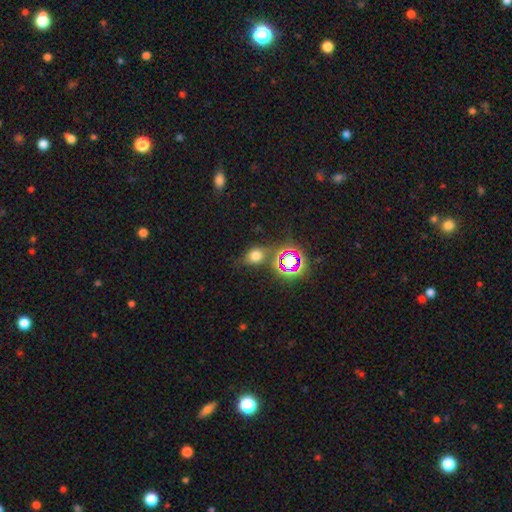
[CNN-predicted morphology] Q: Smooth or featured?
A: smooth (61%); runner-up: star or artifact (29%)
Q: How rounded?
A: round (49%); runner-up: in between (48%)
Q: Merging?
A: none (69%); runner-up: minor disturbance (17%)